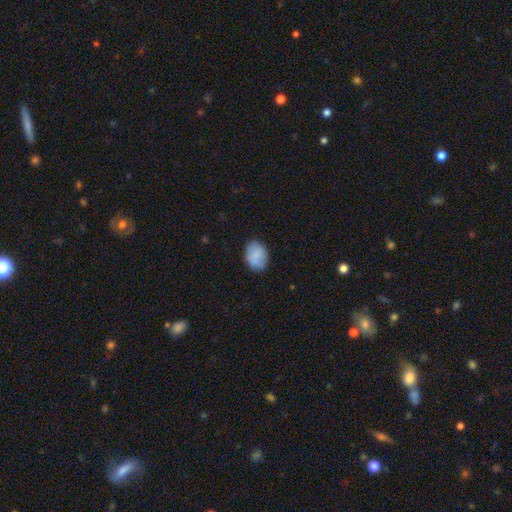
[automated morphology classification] smooth_or_featured: smooth (p=0.84) [alt: featured or disk p=0.09]
how_rounded: in between (p=0.68) [alt: round p=0.31]
merging: none (p=0.81) [alt: minor disturbance p=0.15]